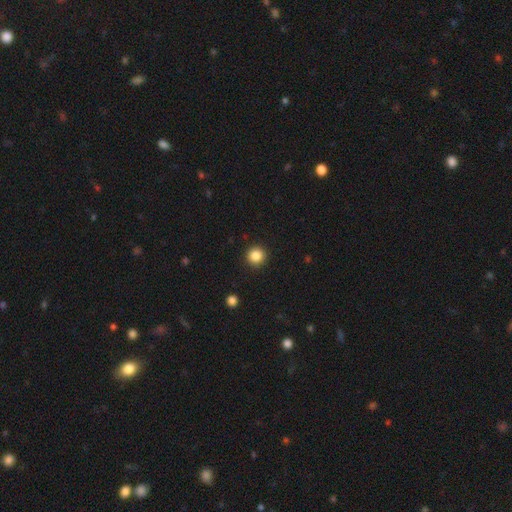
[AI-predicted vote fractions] Overall: smooth (85%). How rounded: round (95%). Merging: none (92%).